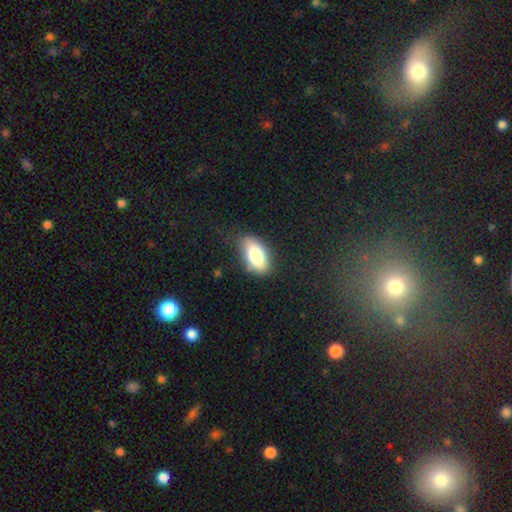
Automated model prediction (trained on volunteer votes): A smooth galaxy with no disk features (76%) that is in between round and cigar-shaped (88%).

Vote fractions:
- Smooth or featured? smooth: 76% / featured or disk: 16% / star or artifact: 7%
- How rounded? in between: 88% / cigar-shaped: 8% / round: 4%
- Merging? none: 76% / minor disturbance: 17% / major disturbance: 5% / merger: 2%